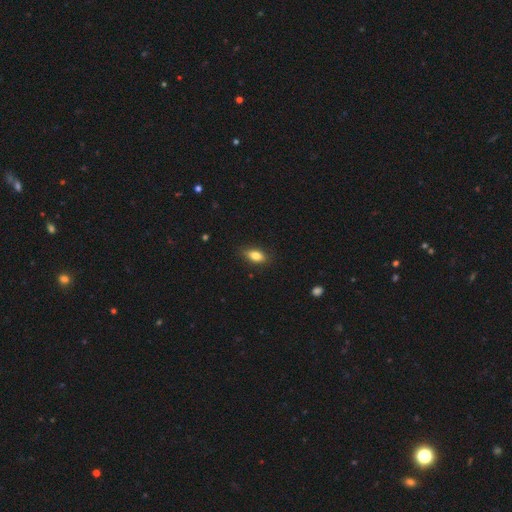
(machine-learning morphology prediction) A smooth galaxy with no disk features (81%) that is in between round and cigar-shaped (84%).

Vote fractions:
- Smooth or featured? smooth: 81% / featured or disk: 11% / star or artifact: 8%
- How rounded? in between: 84% / cigar-shaped: 10% / round: 6%
- Merging? none: 81% / minor disturbance: 15% / major disturbance: 3% / merger: 1%